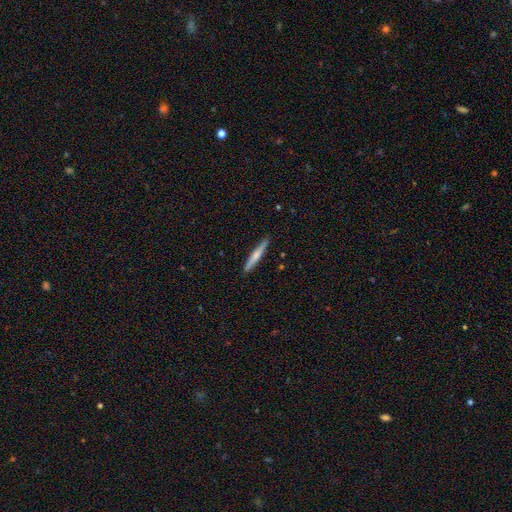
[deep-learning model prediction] A smooth galaxy with no disk features (56%) that is cigar-shaped (95%). Merging: none (89%).